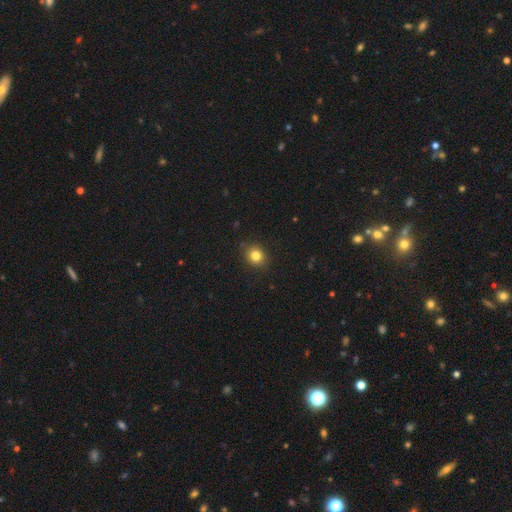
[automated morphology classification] Smooth or featured? smooth (82%)
How rounded? round (74%)
Merging? none (88%)